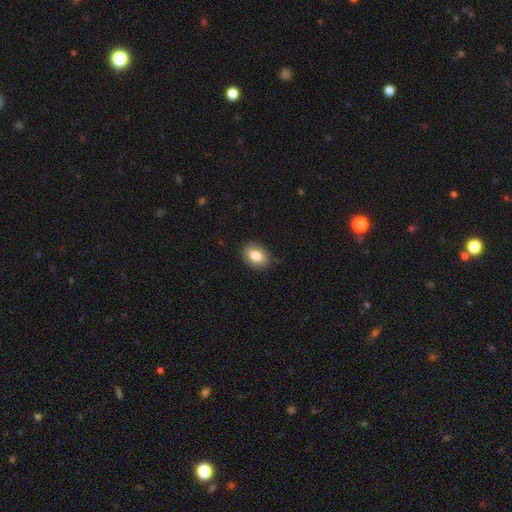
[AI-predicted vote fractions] Smooth or featured? smooth (82%)
How rounded? in between (77%)
Merging? none (86%)